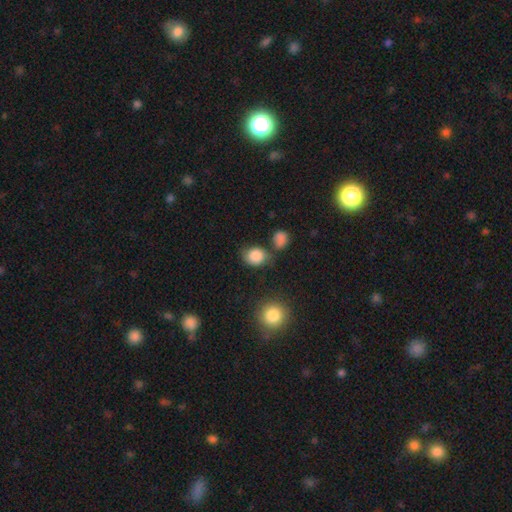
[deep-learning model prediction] The model was most divided on "how rounded": round: 59%, in between: 40%, cigar-shaped: 1%. More confident: smooth or featured — smooth (85%); merging — none (57%).